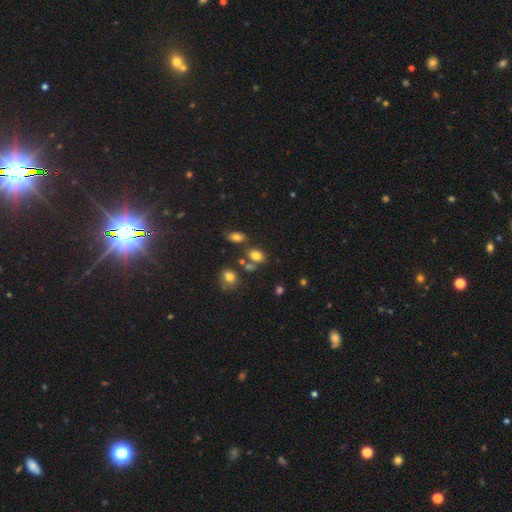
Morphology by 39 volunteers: Smooth or featured: smooth — 79% (featured or disk — 10%)
How rounded: in between — 90% (round — 10%)
Merging: none — 69% (merger — 23%)